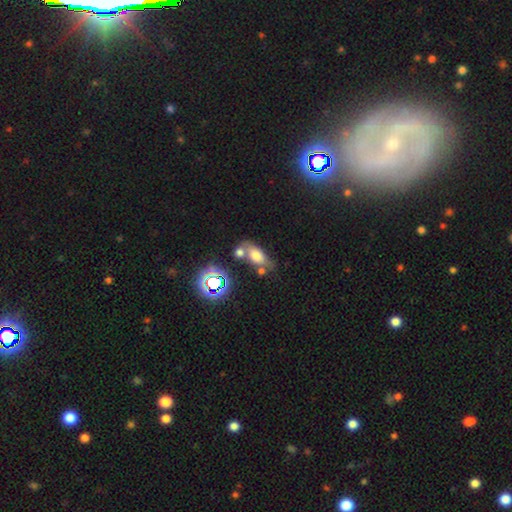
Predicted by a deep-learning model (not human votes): Morphology: type=smooth (63%); roundness=in between (79%); merging=none (42%).